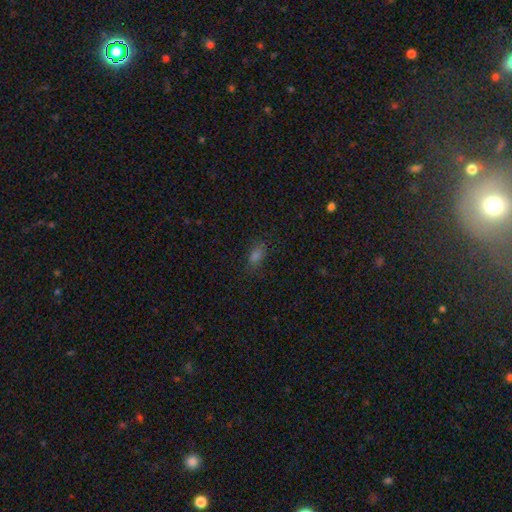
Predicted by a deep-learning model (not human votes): Overall: smooth (68%). How rounded: in between (82%). Merging: none (79%).